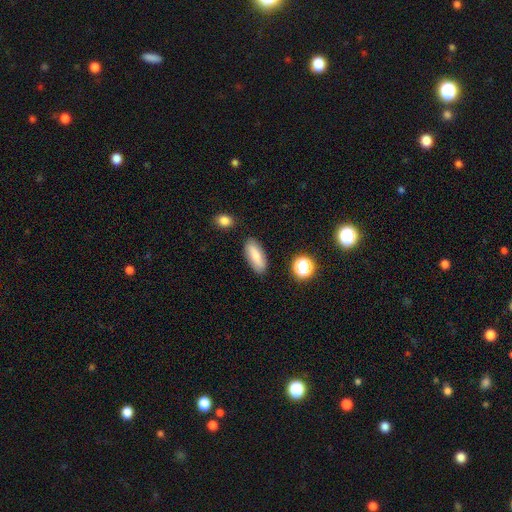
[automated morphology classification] Smooth or featured? Predicted: smooth (p=0.75). How rounded? Predicted: in between (p=0.71). Merging? Predicted: none (p=0.84).